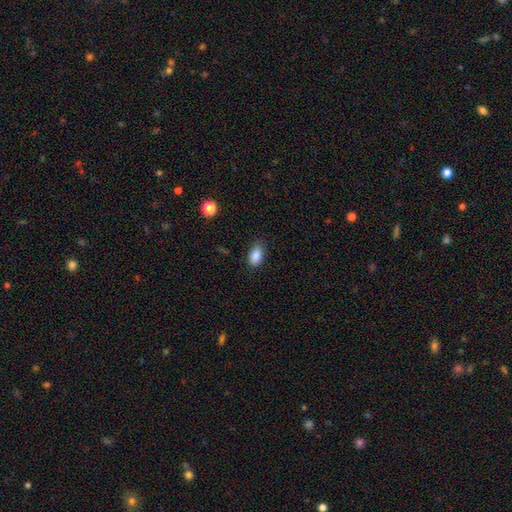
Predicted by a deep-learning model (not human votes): Q: Smooth or featured?
A: smooth (87%); runner-up: star or artifact (9%)
Q: How rounded?
A: in between (89%); runner-up: round (9%)
Q: Merging?
A: none (79%); runner-up: minor disturbance (17%)